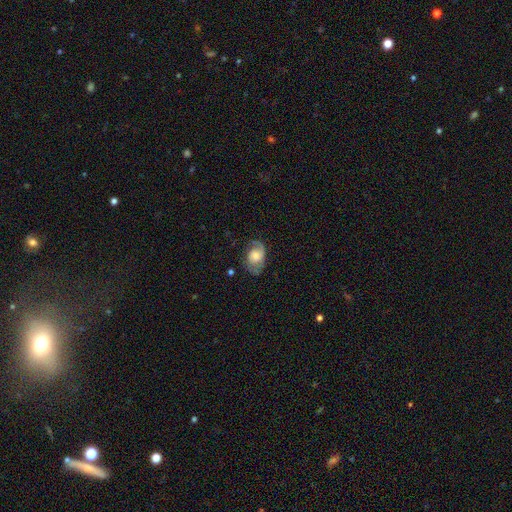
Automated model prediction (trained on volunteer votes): Smooth or featured? featured or disk (60%)
Edge-on disk? no (96%)
Bar? no (71%)
Spiral arms? yes (84%)
Bulge size? moderate (35%)
Merging? none (63%)